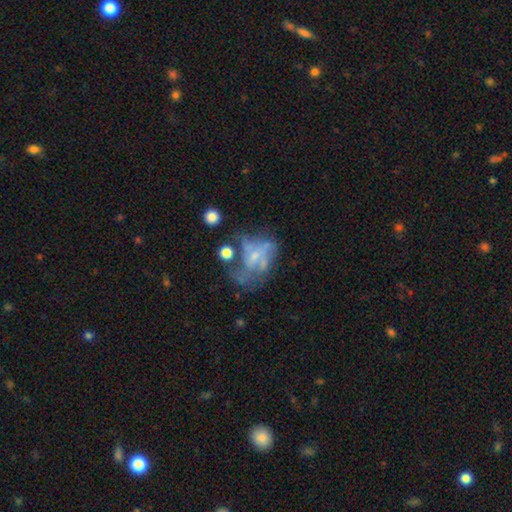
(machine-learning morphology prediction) Smooth or featured? Predicted: featured or disk (p=0.59). Edge-on disk? Predicted: no (p=0.97). Bar? Predicted: no (p=0.75). Spiral arms? Predicted: no (p=0.57). Bulge size? Predicted: small (p=0.55). Merging? Predicted: major disturbance (p=0.40).